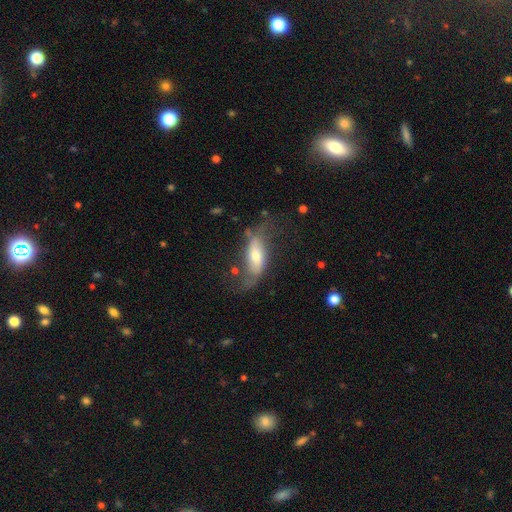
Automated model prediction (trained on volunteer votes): A featured or disk galaxy (50%). Merging: none (46%).